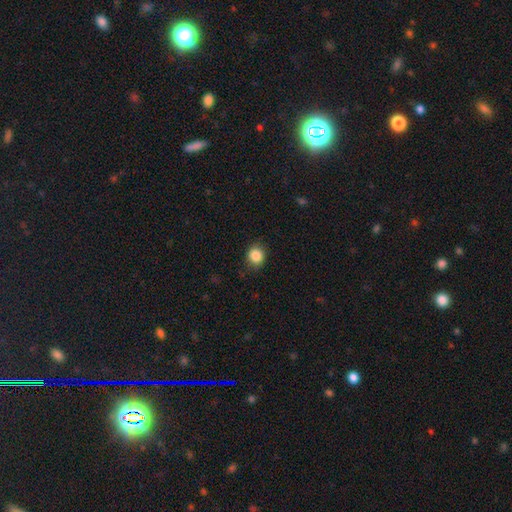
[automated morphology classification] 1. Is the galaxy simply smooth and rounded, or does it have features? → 86% smooth, 10% star or artifact, 4% featured or disk.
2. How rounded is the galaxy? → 78% round, 21% in between, 1% cigar-shaped.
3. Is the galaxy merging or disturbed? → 83% none, 13% minor disturbance, 3% major disturbance, 1% merger.